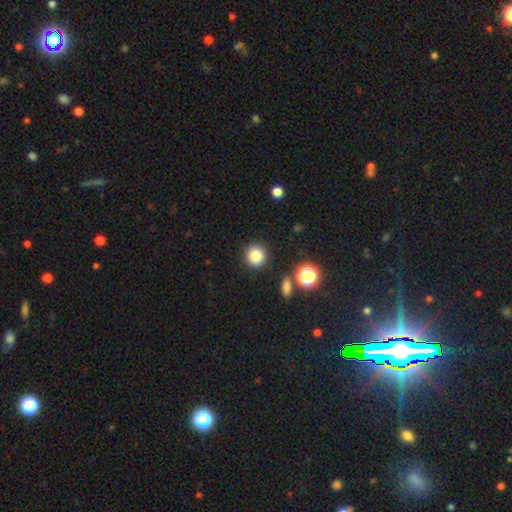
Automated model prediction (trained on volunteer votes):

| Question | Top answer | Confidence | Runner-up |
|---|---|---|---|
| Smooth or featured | smooth | 84% | star or artifact (11%) |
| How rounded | round | 87% | in between (12%) |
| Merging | none | 88% | minor disturbance (7%) |